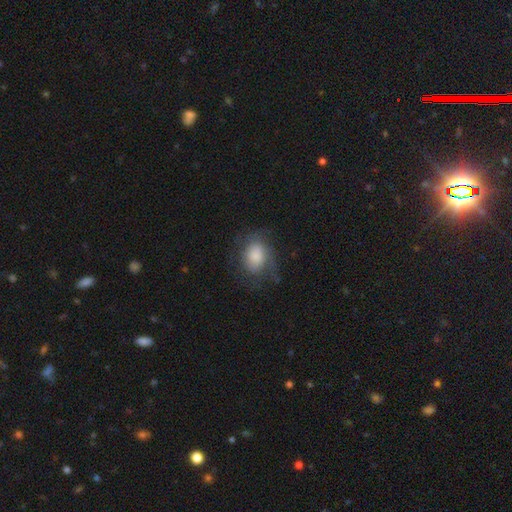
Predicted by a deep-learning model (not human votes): smooth-or-featured: smooth: 64% | featured or disk: 27% | star or artifact: 9%
  how-rounded: in between: 64% | round: 35% | cigar-shaped: 1%
  merging: none: 53% | minor disturbance: 26% | major disturbance: 19% | merger: 2%